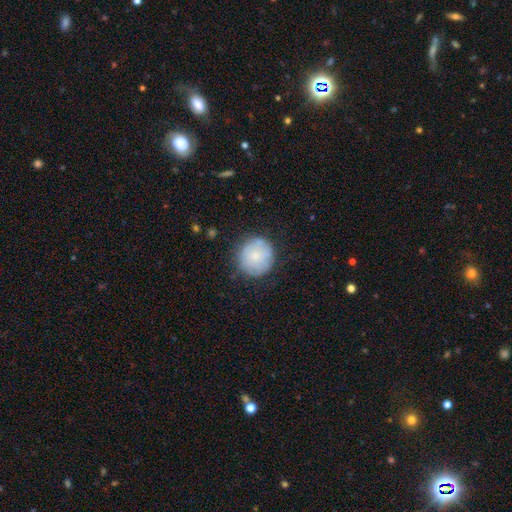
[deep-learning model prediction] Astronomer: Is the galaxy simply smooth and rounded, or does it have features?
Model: smooth — 66%.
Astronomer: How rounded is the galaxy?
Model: round — 93%.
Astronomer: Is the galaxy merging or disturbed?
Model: none — 77%.